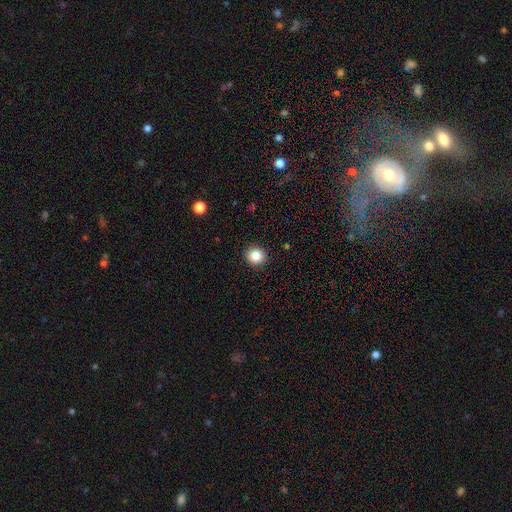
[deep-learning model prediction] A smooth galaxy with no disk features (86%) that is round (85%). Merging: none (91%).